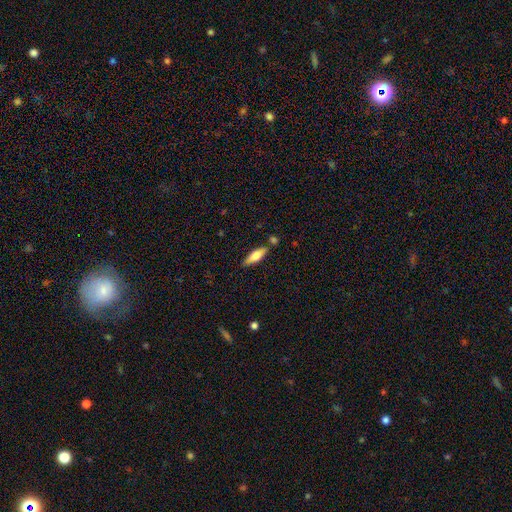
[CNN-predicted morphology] smooth 61%, featured or disk 33%, star or artifact 6%. Down the decision tree: how rounded — cigar-shaped (53%); merging — none (79%).